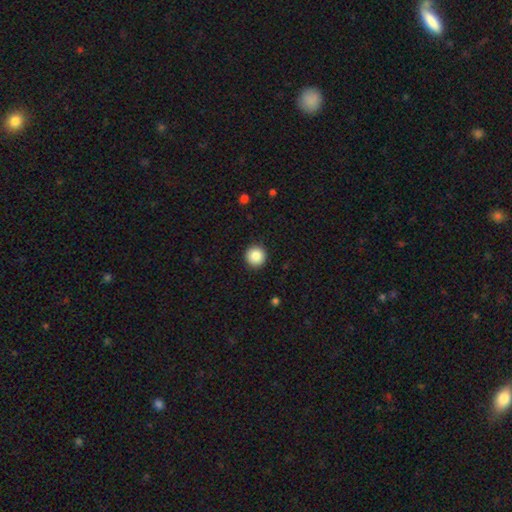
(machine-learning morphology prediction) The model was most divided on "smooth or featured": smooth: 86%, star or artifact: 9%, featured or disk: 5%. More confident: how rounded — round (96%); merging — none (92%).